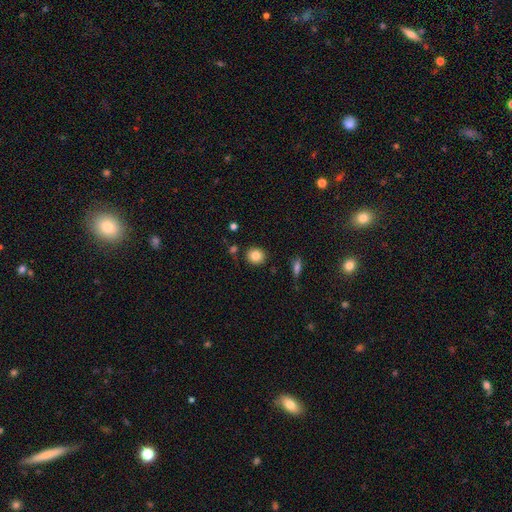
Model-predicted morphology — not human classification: Smooth or featured? Predicted: smooth (p=0.83). How rounded? Predicted: round (p=0.84). Merging? Predicted: none (p=0.87).